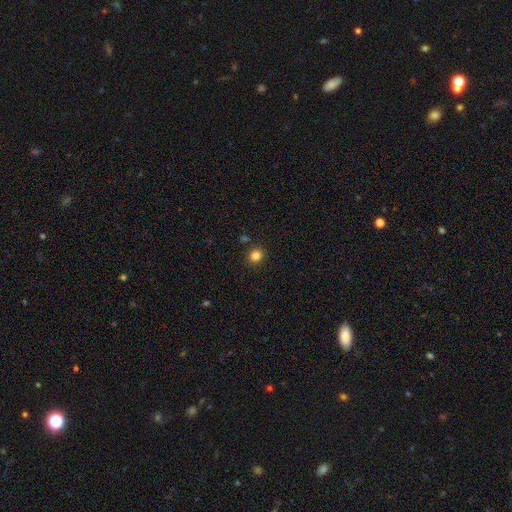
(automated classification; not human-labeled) A smooth galaxy with no disk features (83%) that is round (85%).

Vote fractions:
- Smooth or featured? smooth: 83% / star or artifact: 12% / featured or disk: 4%
- How rounded? round: 85% / in between: 15% / cigar-shaped: 1%
- Merging? none: 89% / minor disturbance: 7% / merger: 3% / major disturbance: 2%